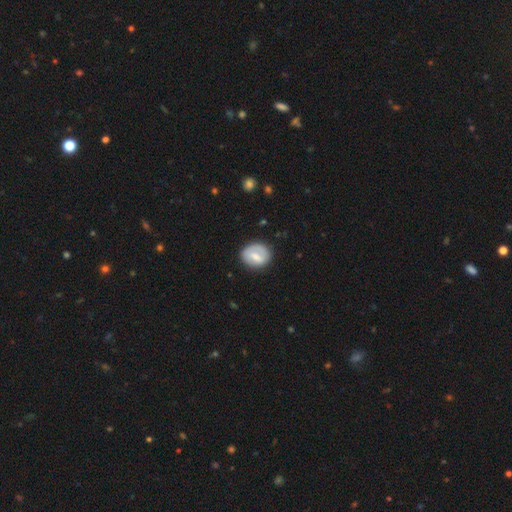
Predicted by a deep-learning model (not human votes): Smooth or featured? smooth (56%)
How rounded? round (55%)
Merging? none (77%)